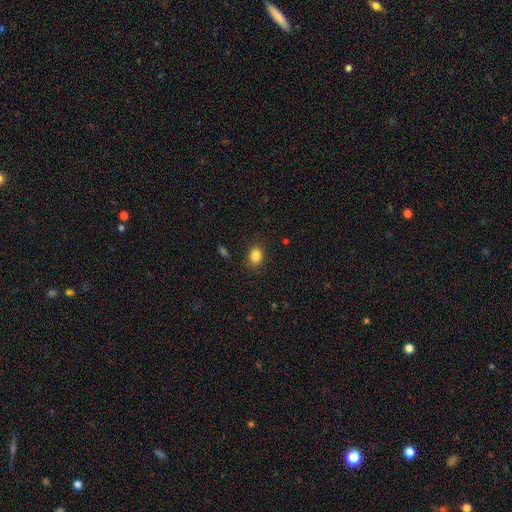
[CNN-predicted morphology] This is clearly a smooth galaxy (85%). How rounded: possibly in between (57%). Merging: clearly none (86%).